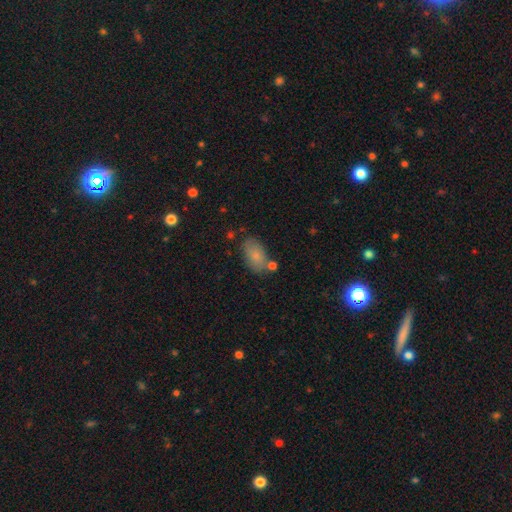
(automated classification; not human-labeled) The model was most divided on "merging": none: 69%, minor disturbance: 17%, merger: 9%, major disturbance: 5%. More confident: how rounded — in between (92%); smooth or featured — smooth (81%).